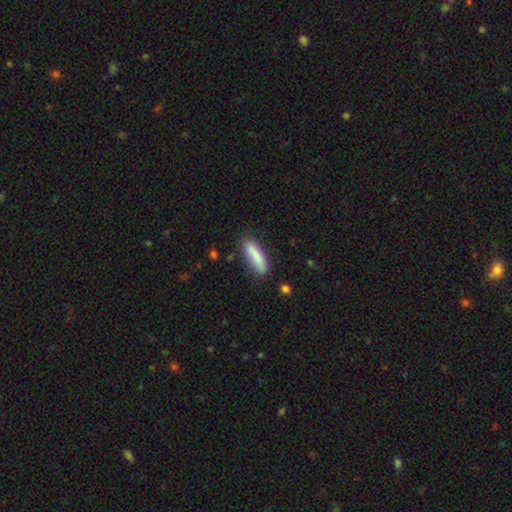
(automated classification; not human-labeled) This is clearly a smooth galaxy (84%). How rounded: likely cigar-shaped (66%). Merging: likely none (79%).